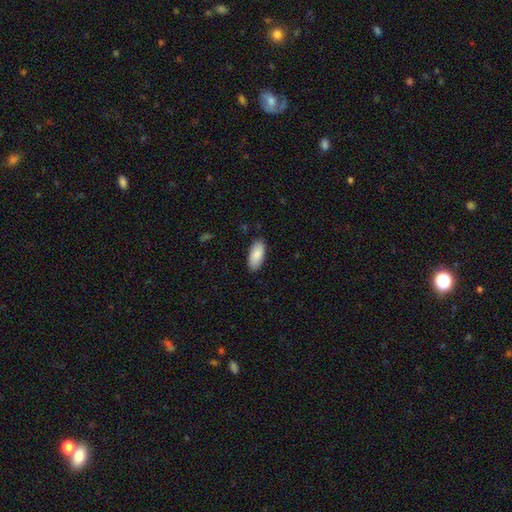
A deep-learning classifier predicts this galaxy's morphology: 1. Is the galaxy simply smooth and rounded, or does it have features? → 88% smooth, 7% featured or disk, 6% star or artifact.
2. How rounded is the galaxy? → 89% in between, 9% cigar-shaped, 2% round.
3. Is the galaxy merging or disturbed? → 87% none, 10% minor disturbance, 2% major disturbance, 1% merger.